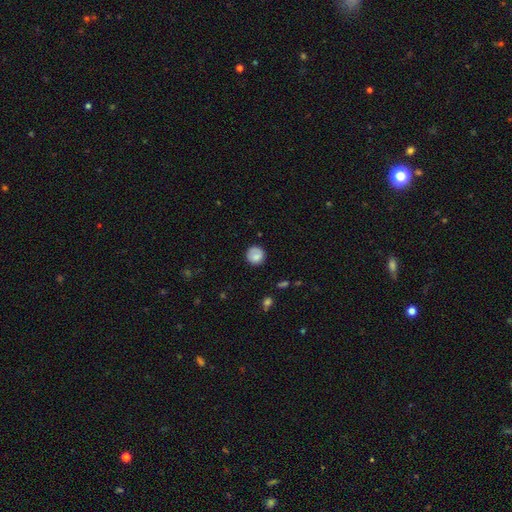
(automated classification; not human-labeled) smooth 80%, featured or disk 12%, star or artifact 8%. Down the decision tree: how rounded — round (92%); merging — none (79%).